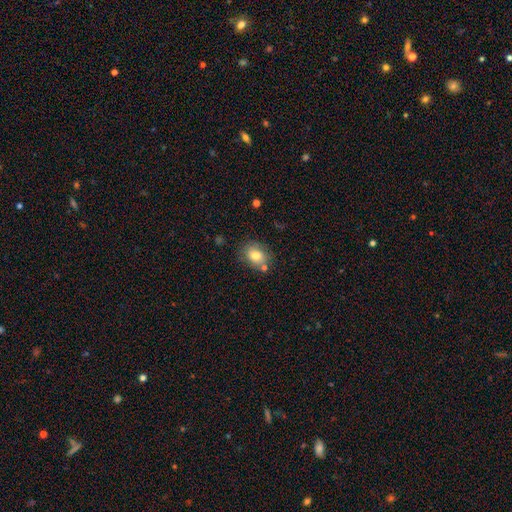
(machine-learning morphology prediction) smooth-or-featured: smooth: 76% | featured or disk: 14% | star or artifact: 9%
  how-rounded: in between: 55% | round: 44% | cigar-shaped: 1%
  merging: none: 70% | minor disturbance: 17% | merger: 9% | major disturbance: 4%